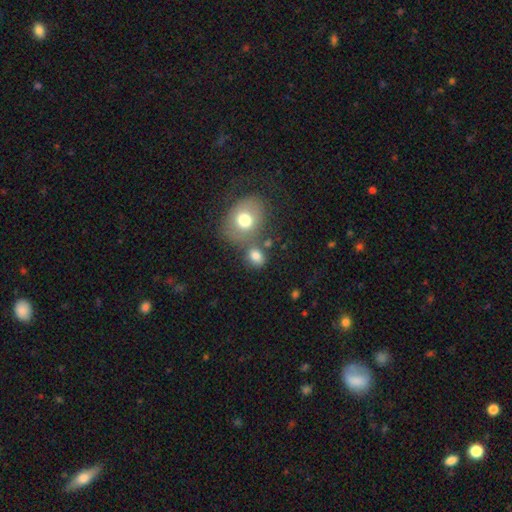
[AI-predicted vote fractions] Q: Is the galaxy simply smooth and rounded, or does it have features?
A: smooth — 78%.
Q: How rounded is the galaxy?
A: round — 50%.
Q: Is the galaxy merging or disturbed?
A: none — 52%.